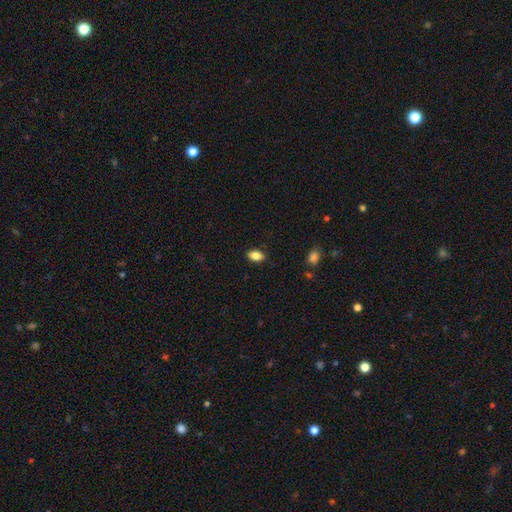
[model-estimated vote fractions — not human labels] The model was most divided on "smooth or featured": smooth: 85%, star or artifact: 9%, featured or disk: 7%. More confident: how rounded — in between (88%); merging — none (87%).